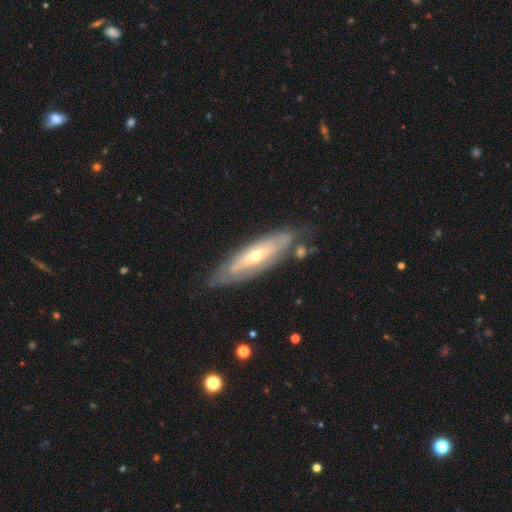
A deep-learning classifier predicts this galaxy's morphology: featured or disk 70%, smooth 25%, star or artifact 5%. Down the decision tree: edge-on disk — no (67%); merging — none (72%).